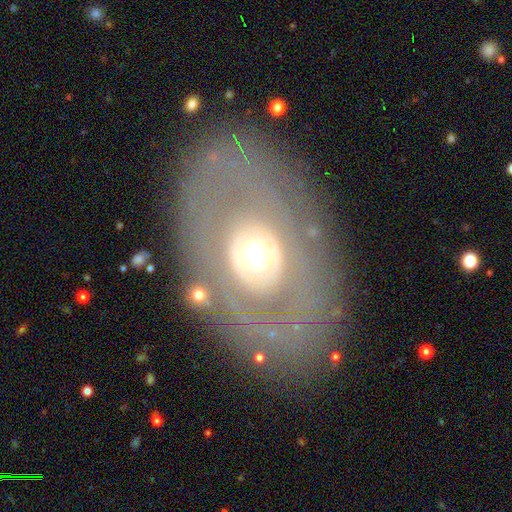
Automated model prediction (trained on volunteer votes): A featured or disk galaxy (66%) with no bar (84%), no spiral arms (63%) and a moderate central bulge (48%). Merging: none (70%).